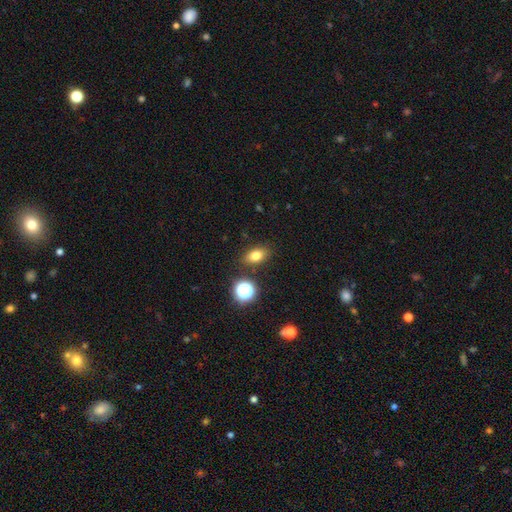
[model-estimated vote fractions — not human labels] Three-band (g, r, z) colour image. It shows a smooth galaxy with no disk features (76%) that is in between round and cigar-shaped (76%). Merging: none (84%).